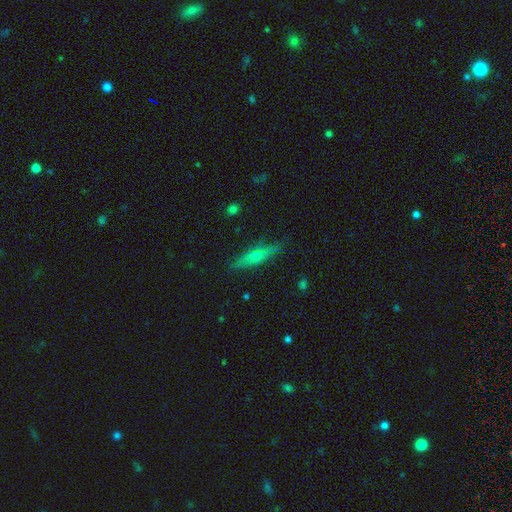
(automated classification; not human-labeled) smooth 46% (tied), featured or disk 46% (tied), star or artifact 8%. Down the decision tree: merging — none (86%).